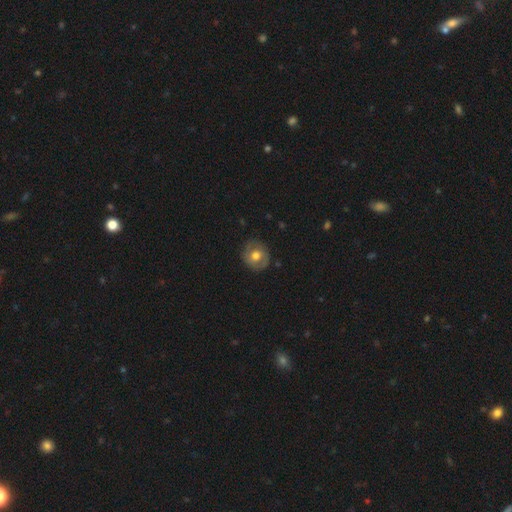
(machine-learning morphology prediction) Overall: smooth (59%; featured or disk 33%). How rounded: round (85%). Merging: none (81%).